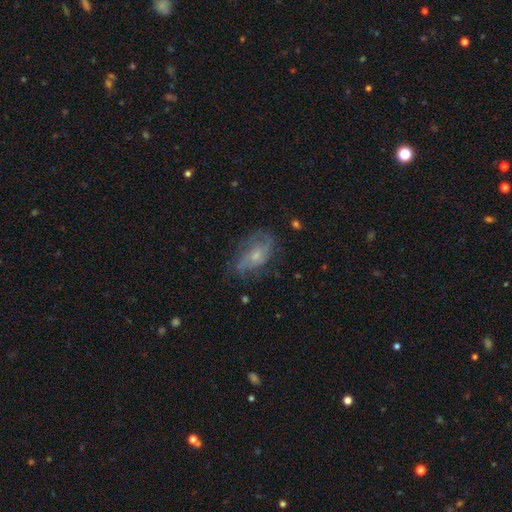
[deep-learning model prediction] Smooth or featured? featured or disk (67%)
Edge-on disk? no (95%)
Bar? no (69%)
Spiral arms? yes (84%)
Spiral winding? medium (43%)
Spiral arm count? 2 (51%)
Bulge size? small (63%)
Merging? none (61%)